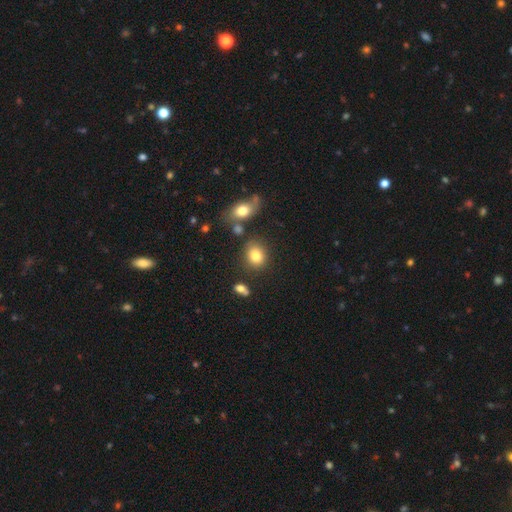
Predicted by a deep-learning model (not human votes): This is clearly a smooth galaxy (80%). How rounded: possibly round (59%). Merging: likely none (76%).